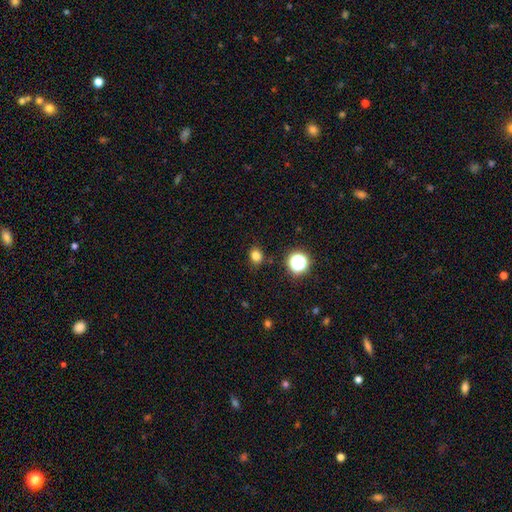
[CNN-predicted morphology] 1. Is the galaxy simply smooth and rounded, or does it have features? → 79% smooth, 16% star or artifact, 5% featured or disk.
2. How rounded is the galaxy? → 67% round, 32% in between, 1% cigar-shaped.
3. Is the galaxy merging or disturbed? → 86% none, 9% minor disturbance, 3% major disturbance, 2% merger.